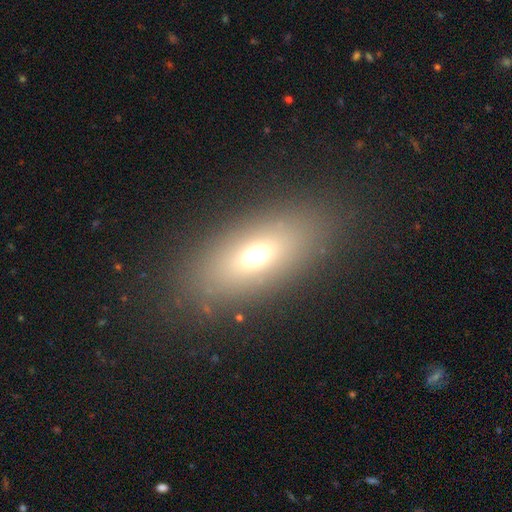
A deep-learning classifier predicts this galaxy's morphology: A smooth galaxy with no disk features (63%) that is in between round and cigar-shaped (77%). Merging: none (83%).